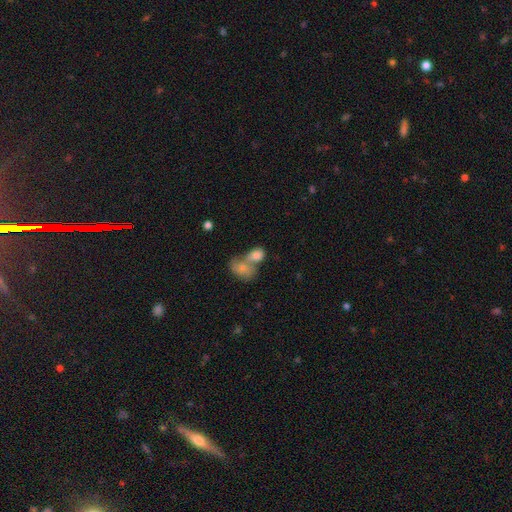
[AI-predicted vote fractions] smooth-or-featured: smooth: 78% | featured or disk: 14% | star or artifact: 8%
  how-rounded: in between: 71% | round: 27% | cigar-shaped: 2%
  merging: merger: 70% | none: 18% | minor disturbance: 7% | major disturbance: 5%